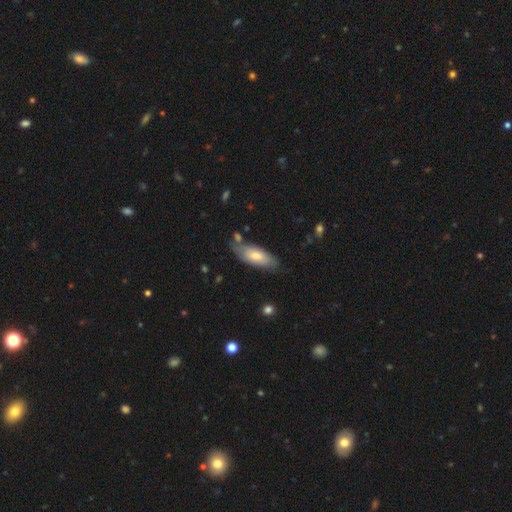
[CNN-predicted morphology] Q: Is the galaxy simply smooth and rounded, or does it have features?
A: smooth — 70%.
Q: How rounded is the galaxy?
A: in between — 77%.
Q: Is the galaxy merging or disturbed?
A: none — 70%.